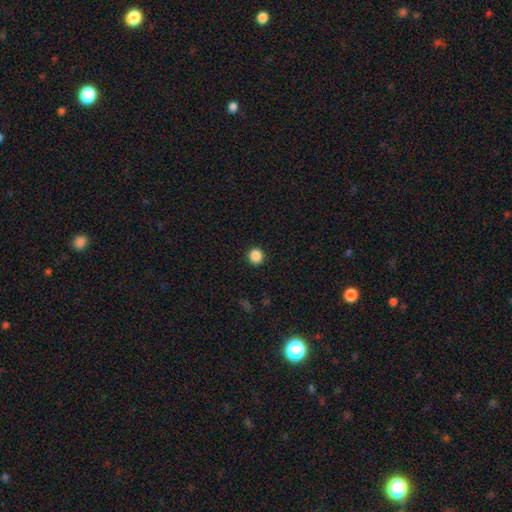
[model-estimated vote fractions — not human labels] This appears to be a smooth galaxy with no disk features (87%) that is round (94%). Merging: none (93%).